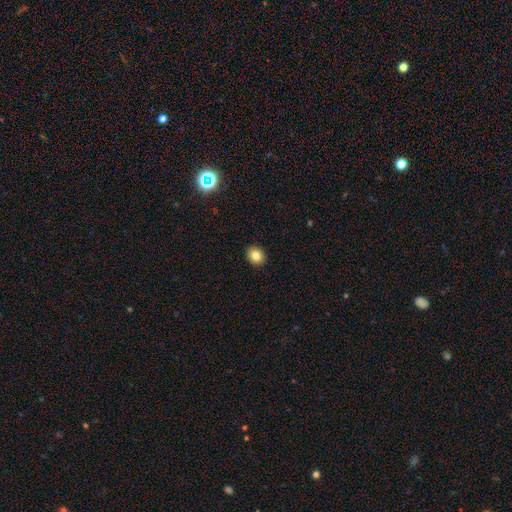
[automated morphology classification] Smooth or featured? smooth (82%)
How rounded? round (69%)
Merging? none (92%)